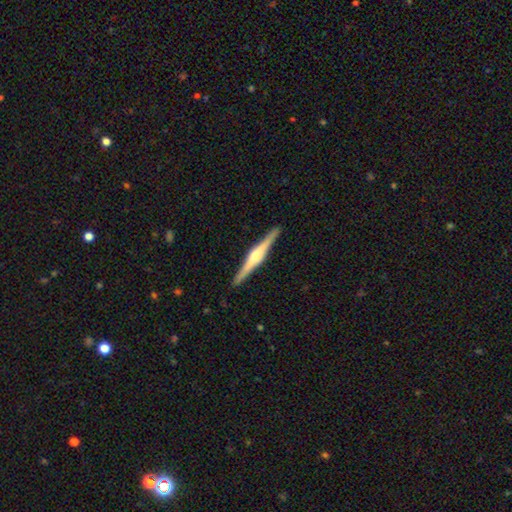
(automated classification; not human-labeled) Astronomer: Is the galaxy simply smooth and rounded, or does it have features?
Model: featured or disk — 81%.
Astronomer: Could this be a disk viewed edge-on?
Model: yes — 99%.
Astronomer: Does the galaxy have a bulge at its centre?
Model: rounded — 82%.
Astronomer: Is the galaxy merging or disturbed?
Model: none — 92%.